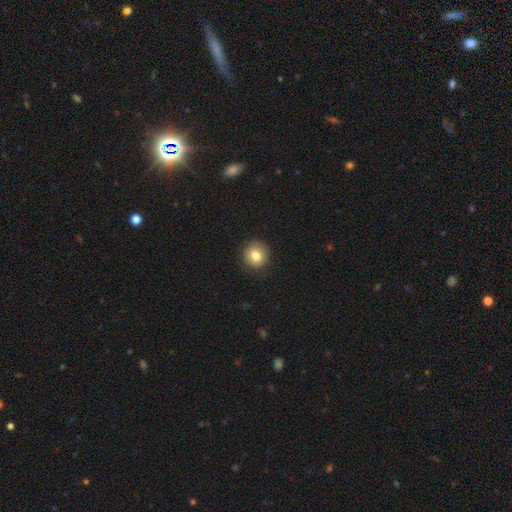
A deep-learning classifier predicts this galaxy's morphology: smooth-or-featured: smooth: 79% | star or artifact: 10% | featured or disk: 10%
  how-rounded: round: 93% | in between: 6% | cigar-shaped: 1%
  merging: none: 91% | minor disturbance: 6% | major disturbance: 2% | merger: 1%